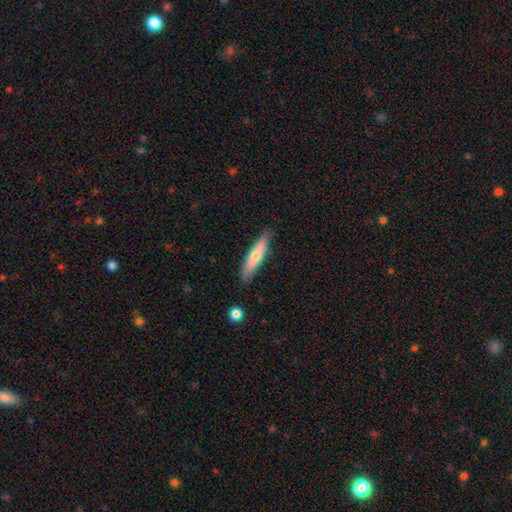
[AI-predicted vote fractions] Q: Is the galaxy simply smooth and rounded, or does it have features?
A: smooth — 62%.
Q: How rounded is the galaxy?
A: cigar-shaped — 74%.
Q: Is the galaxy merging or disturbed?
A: none — 84%.